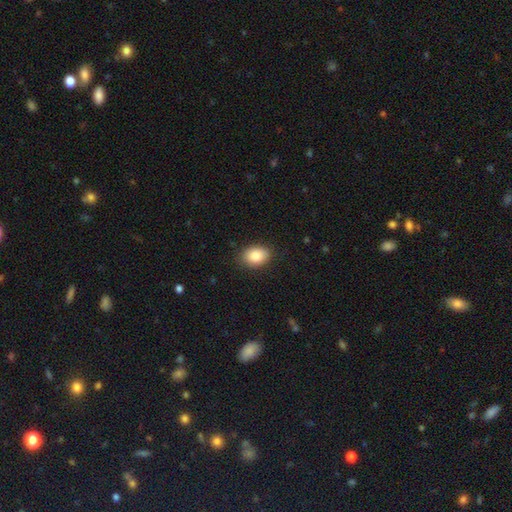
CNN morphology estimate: Overall: smooth (87%). How rounded: in between (77%). Merging: none (86%).